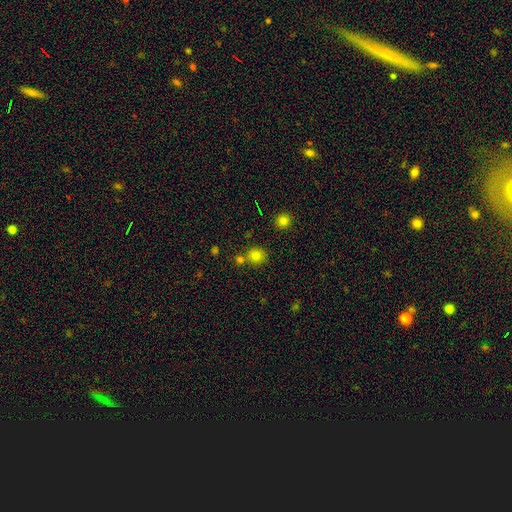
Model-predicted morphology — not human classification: Smooth or featured?
  - smooth: 78% *
  - star or artifact: 15%
  - featured or disk: 7%
How rounded?
  - round: 86% *
  - in between: 13%
  - cigar-shaped: 1%
Merging?
  - none: 68% *
  - merger: 20%
  - minor disturbance: 9%
  - major disturbance: 3%